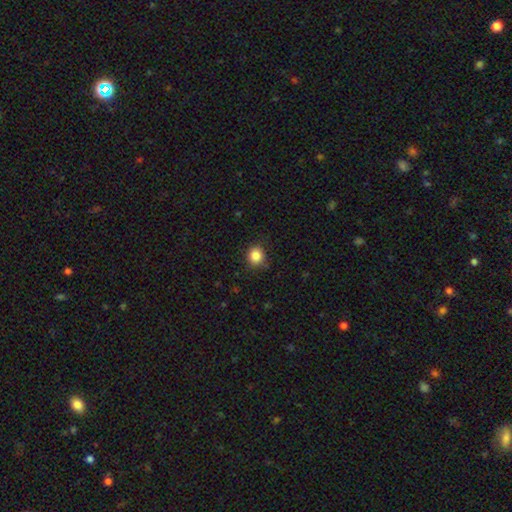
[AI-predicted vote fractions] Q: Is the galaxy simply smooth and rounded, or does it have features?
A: smooth — 85%.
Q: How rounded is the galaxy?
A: round — 82%.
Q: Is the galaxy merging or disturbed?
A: none — 86%.